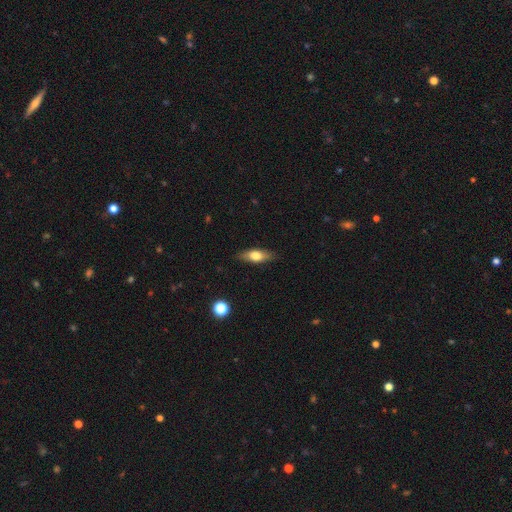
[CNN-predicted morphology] Smooth or featured?
  - smooth: 63% *
  - featured or disk: 30%
  - star or artifact: 7%
How rounded?
  - in between: 64% *
  - cigar-shaped: 32%
  - round: 4%
Merging?
  - none: 86% *
  - minor disturbance: 11%
  - major disturbance: 2%
  - merger: 1%